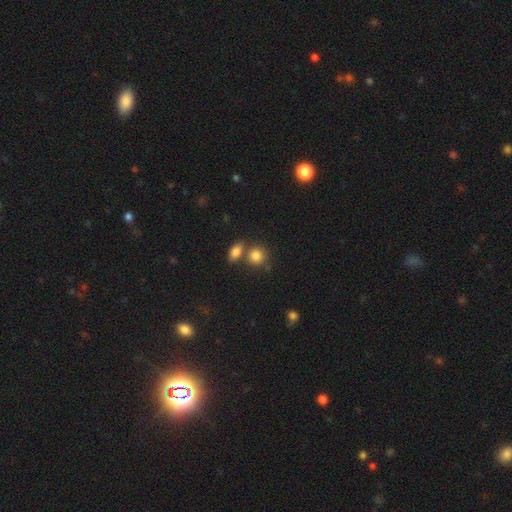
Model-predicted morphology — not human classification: Smooth or featured?
  - smooth: 84% *
  - star or artifact: 9%
  - featured or disk: 7%
How rounded?
  - round: 73% *
  - in between: 25%
  - cigar-shaped: 2%
Merging?
  - none: 54% *
  - merger: 32%
  - minor disturbance: 10%
  - major disturbance: 4%